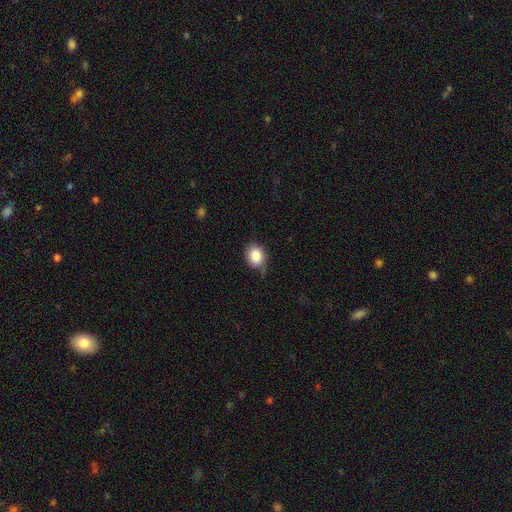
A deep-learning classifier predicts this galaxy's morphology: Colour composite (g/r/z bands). It shows a smooth galaxy with no disk features (85%) that is round (51%). Merging: none (56%).